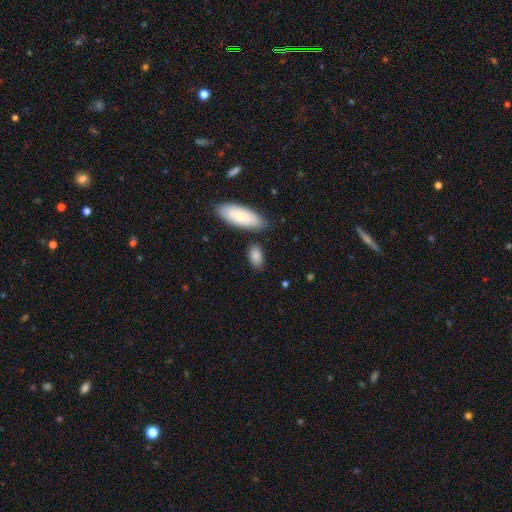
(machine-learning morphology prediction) A smooth galaxy with no disk features (83%) that is in between round and cigar-shaped (88%). Merging: none (74%).